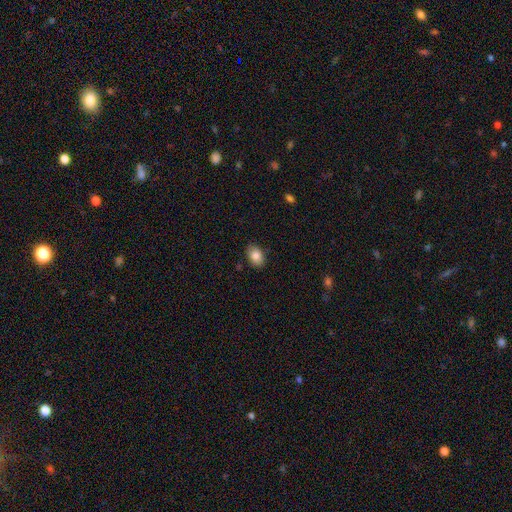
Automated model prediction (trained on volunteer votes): A smooth galaxy with no disk features (85%) that is in between round and cigar-shaped (82%). Merging: none (87%).